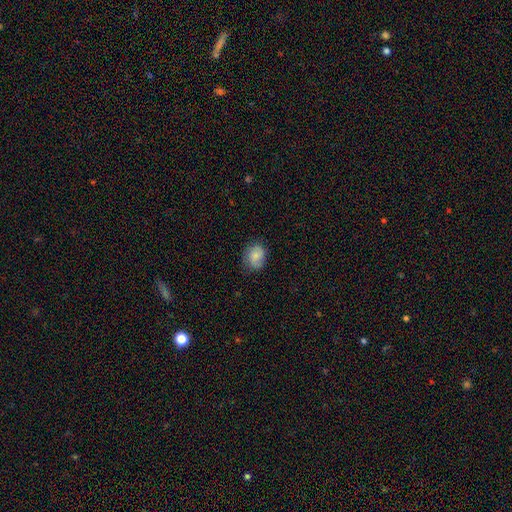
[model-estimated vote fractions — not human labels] Overall: smooth (71%). How rounded: round (54%; in between 45%). Merging: none (70%).